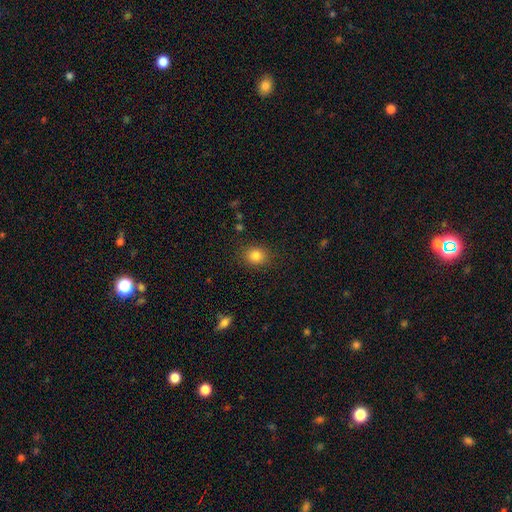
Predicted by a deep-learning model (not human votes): Morphology: type=smooth (83%); roundness=round (69%); merging=none (87%).